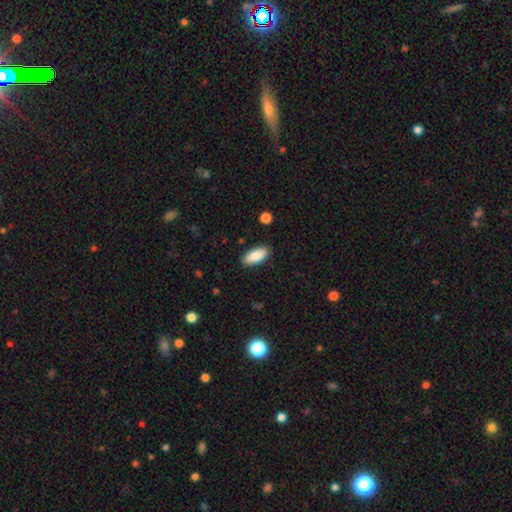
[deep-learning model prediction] A smooth galaxy with no disk features (88%) that is in between round and cigar-shaped (87%).

Vote fractions:
- Smooth or featured? smooth: 88% / featured or disk: 6% / star or artifact: 6%
- How rounded? in between: 87% / cigar-shaped: 11% / round: 2%
- Merging? none: 88% / minor disturbance: 8% / major disturbance: 2% / merger: 1%